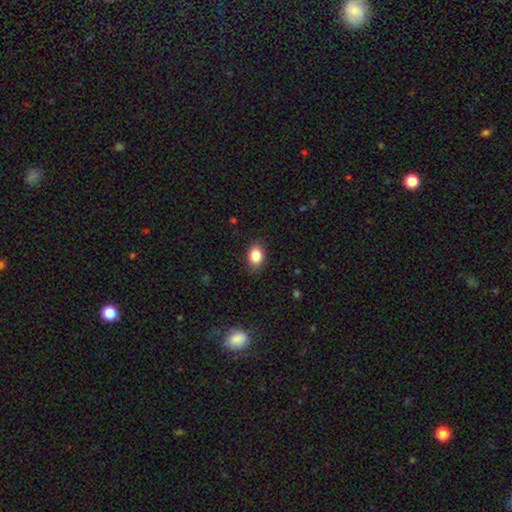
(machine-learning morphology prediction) Smooth or featured?
  - smooth: 86% *
  - star or artifact: 9%
  - featured or disk: 6%
How rounded?
  - in between: 74% *
  - round: 24%
  - cigar-shaped: 1%
Merging?
  - none: 84% *
  - minor disturbance: 12%
  - major disturbance: 3%
  - merger: 1%